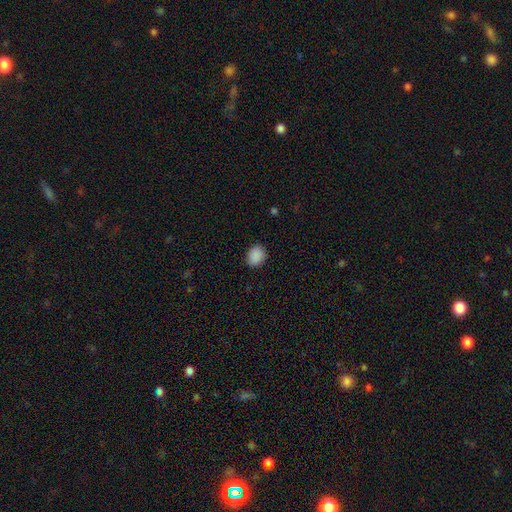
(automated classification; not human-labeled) Smooth or featured? smooth (89%)
How rounded? round (55%)
Merging? none (87%)